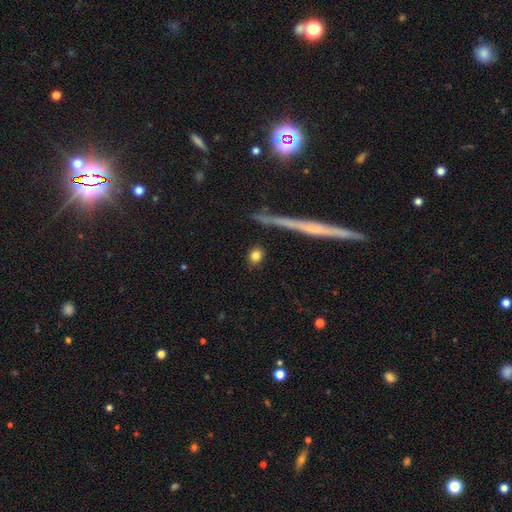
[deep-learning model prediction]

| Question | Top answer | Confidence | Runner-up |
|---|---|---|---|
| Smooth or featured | smooth | 81% | featured or disk (9%) |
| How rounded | round | 66% | in between (28%) |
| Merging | none | 88% | minor disturbance (7%) |